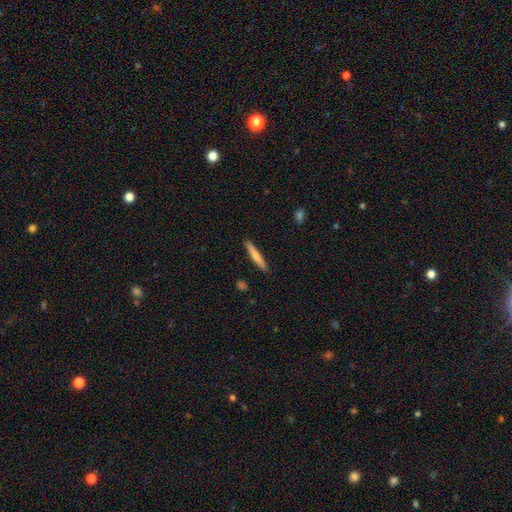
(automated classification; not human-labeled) The model was most divided on "smooth or featured": smooth: 68%, featured or disk: 26%, star or artifact: 6%. More confident: how rounded — cigar-shaped (94%); merging — none (90%).